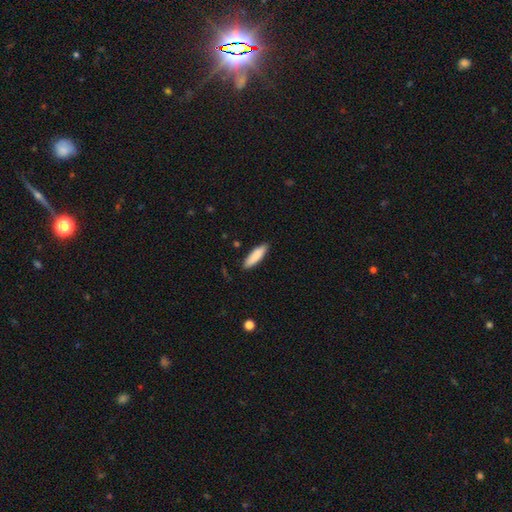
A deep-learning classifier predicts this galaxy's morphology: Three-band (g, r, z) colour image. It shows a smooth galaxy with no disk features (87%) that is cigar-shaped (62%). Merging: none (87%).